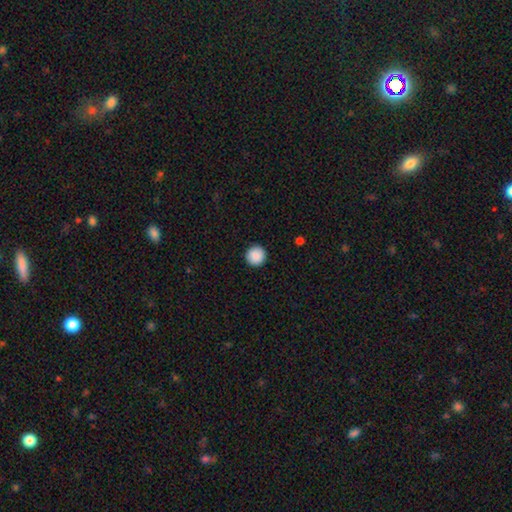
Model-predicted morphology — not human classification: Smooth or featured? Predicted: smooth (p=0.88). How rounded? Predicted: round (p=0.96). Merging? Predicted: none (p=0.93).